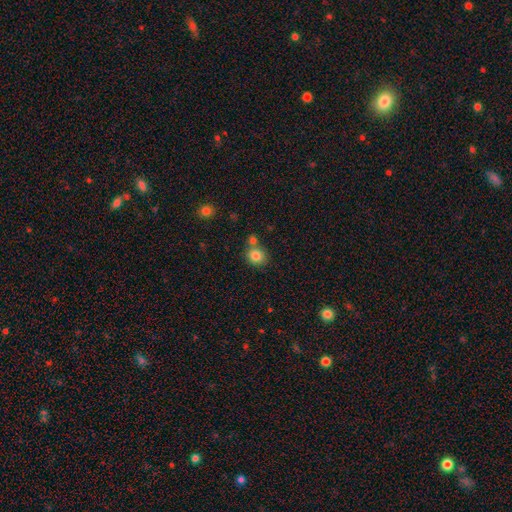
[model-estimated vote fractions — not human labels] Overall: smooth (83%). How rounded: round (82%). Merging: none (66%).